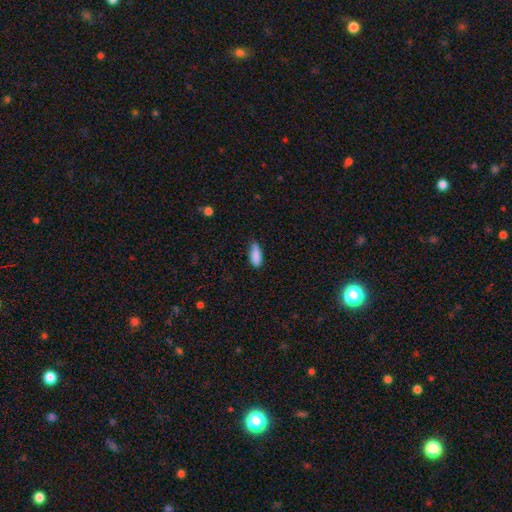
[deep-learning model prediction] smooth 86%, star or artifact 7%, featured or disk 7%. Down the decision tree: how rounded — in between (68%); merging — none (66%).